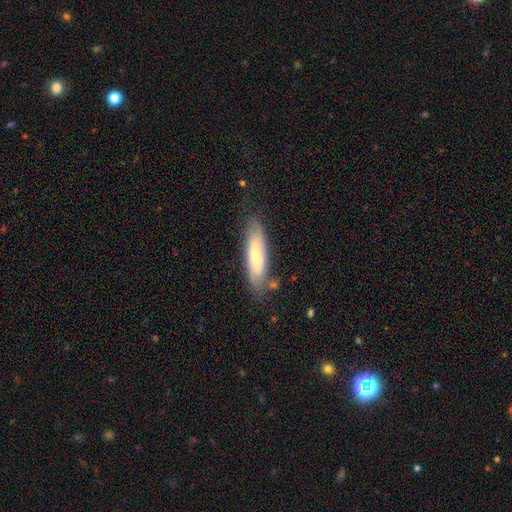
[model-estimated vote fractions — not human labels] Smooth or featured? Predicted: smooth (p=0.63). How rounded? Predicted: cigar-shaped (p=0.66). Merging? Predicted: none (p=0.75).